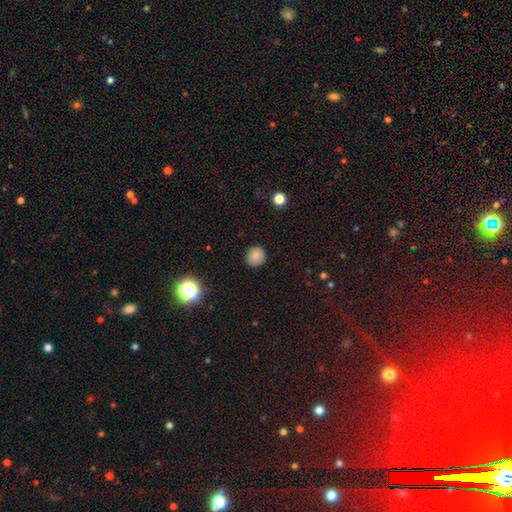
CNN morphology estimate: Smooth or featured? smooth (83%)
How rounded? round (93%)
Merging? none (90%)